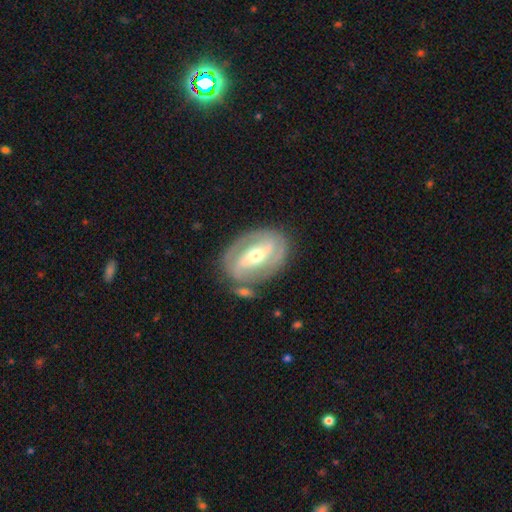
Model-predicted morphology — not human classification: The model was most divided on "spiral winding": tight: 54%, medium: 34%, loose: 12%. More confident: edge-on disk — no (94%); spiral arms — yes (81%); smooth or featured — featured or disk (81%); spiral arm count — 2 (76%); merging — none (73%); bulge size — moderate (62%); bar — strong (56%).